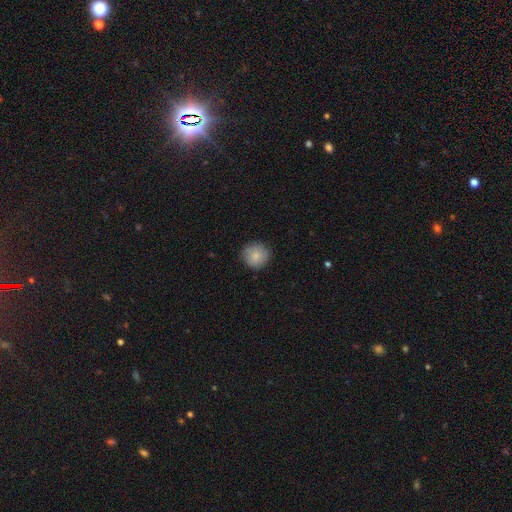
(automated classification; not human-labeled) A smooth galaxy with no disk features (85%) that is round (94%).

Vote fractions:
- Smooth or featured? smooth: 85% / star or artifact: 8% / featured or disk: 8%
- How rounded? round: 94% / in between: 6% / cigar-shaped: 1%
- Merging? none: 88% / minor disturbance: 9% / major disturbance: 2% / merger: 1%